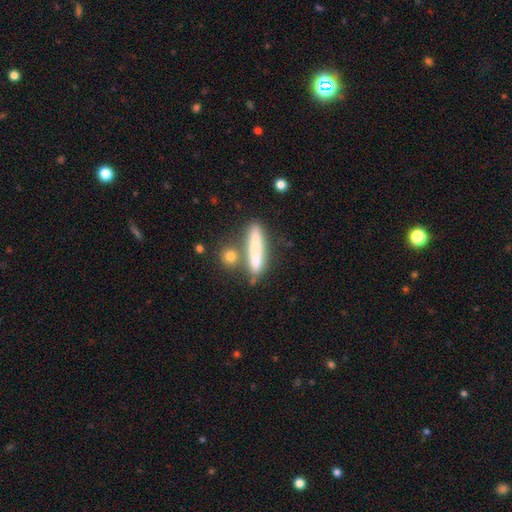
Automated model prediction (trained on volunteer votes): smooth_or_featured: smooth (p=0.71) [alt: featured or disk p=0.21]
how_rounded: cigar-shaped (p=0.86) [alt: in between p=0.11]
merging: none (p=0.63) [alt: merger p=0.17]